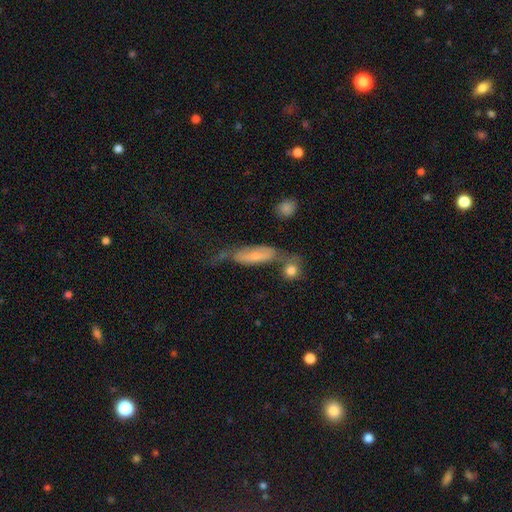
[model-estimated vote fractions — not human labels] The model was most divided on "smooth or featured": featured or disk: 48%, smooth: 44%, star or artifact: 8%. Remaining: merging — none (35%).